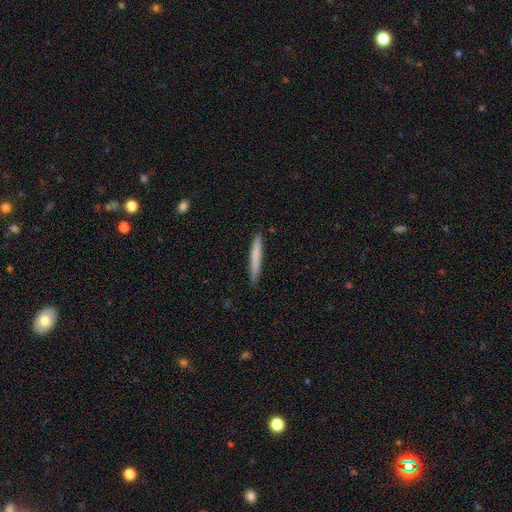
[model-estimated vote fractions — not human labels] smooth_or_featured: smooth (p=0.74) [alt: featured or disk p=0.21]
how_rounded: cigar-shaped (p=0.96) [alt: in between p=0.03]
merging: none (p=0.88) [alt: minor disturbance p=0.09]